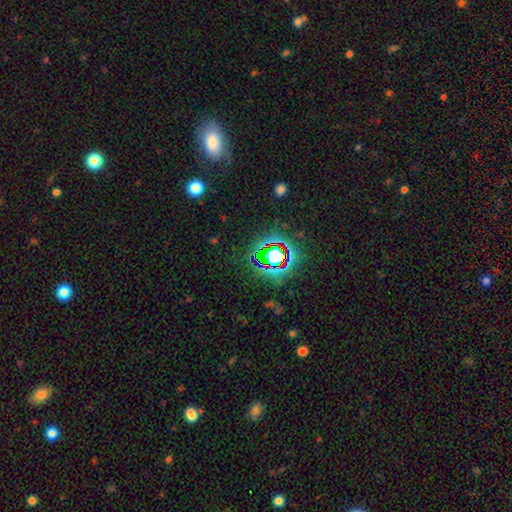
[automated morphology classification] A star or artifact, not a galaxy (72%).

Vote fractions:
- Smooth or featured? star or artifact: 72% / smooth: 17% / featured or disk: 12%